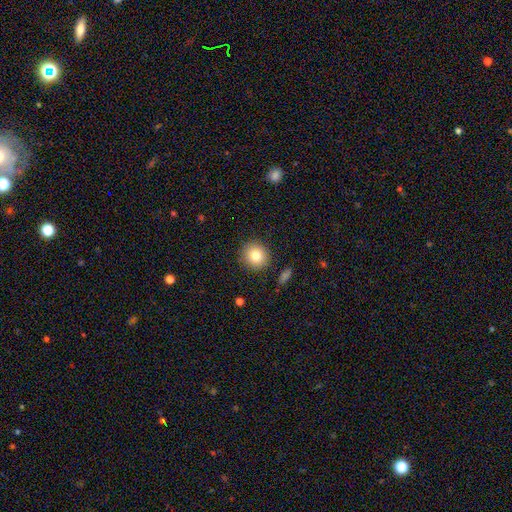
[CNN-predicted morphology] smooth_or_featured: smooth (p=0.80) [alt: star or artifact p=0.10]
how_rounded: round (p=0.91) [alt: in between p=0.08]
merging: none (p=0.89) [alt: minor disturbance p=0.07]